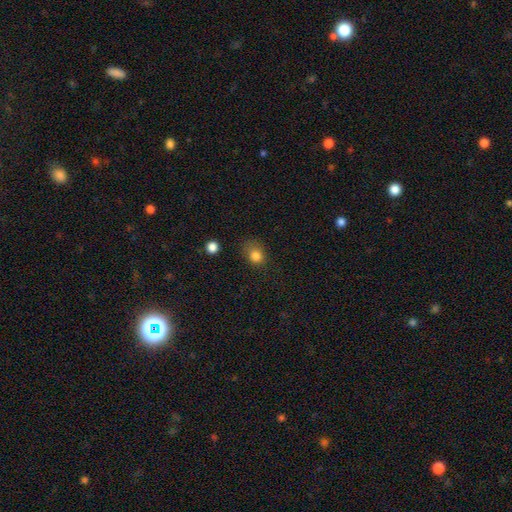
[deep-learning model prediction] Overall: smooth (81%). How rounded: round (64%; in between 35%). Merging: none (60%; minor disturbance 27%).